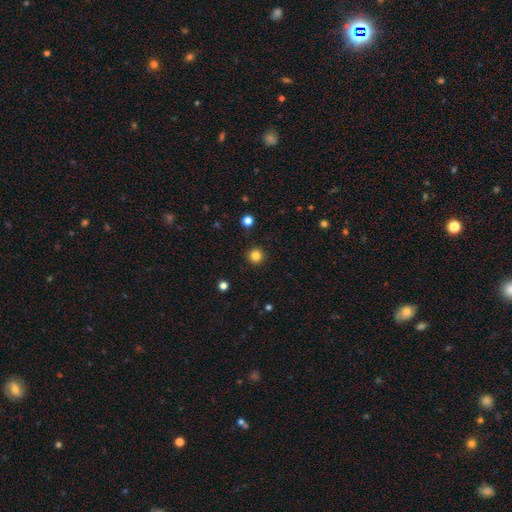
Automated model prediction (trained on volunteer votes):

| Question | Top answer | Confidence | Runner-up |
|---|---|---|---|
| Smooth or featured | smooth | 83% | star or artifact (12%) |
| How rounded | round | 96% | in between (3%) |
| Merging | none | 93% | minor disturbance (5%) |